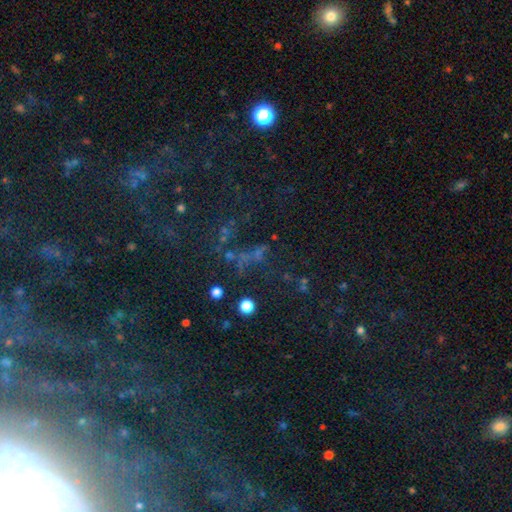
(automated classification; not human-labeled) Q: Smooth or featured?
A: star or artifact (52%); runner-up: smooth (29%)